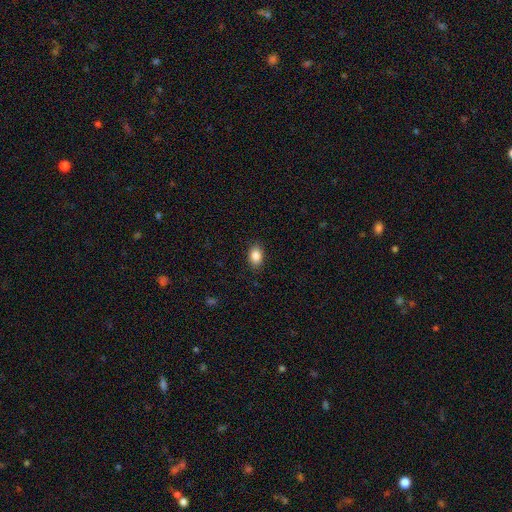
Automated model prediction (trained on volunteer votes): Overall: smooth (86%). How rounded: in between (83%). Merging: none (87%).